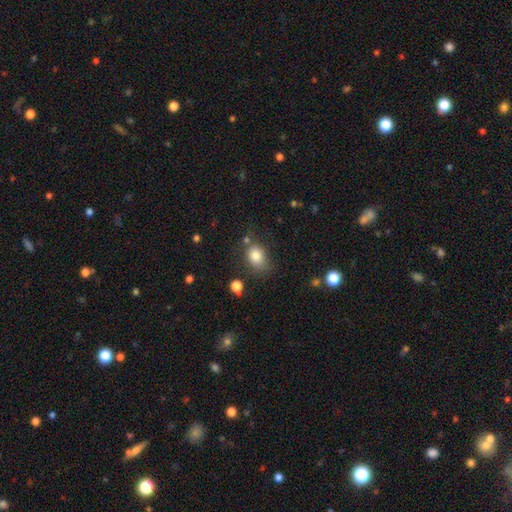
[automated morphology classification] Overall: smooth (82%). How rounded: in between (62%; round 37%). Merging: none (65%).